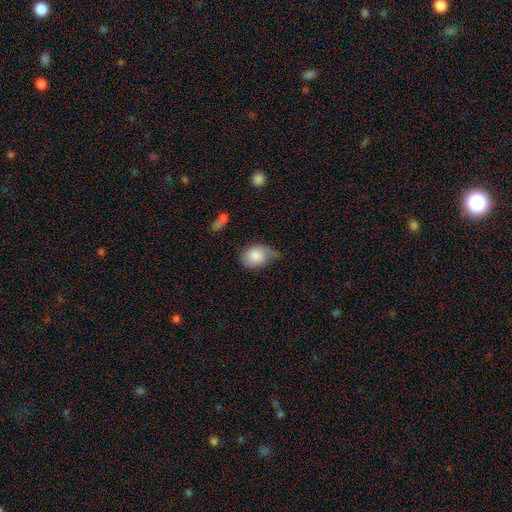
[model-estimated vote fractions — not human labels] smooth-or-featured: smooth: 80% | featured or disk: 14% | star or artifact: 7%
  how-rounded: in between: 68% | round: 30% | cigar-shaped: 1%
  merging: minor disturbance: 47% | none: 28% | major disturbance: 22% | merger: 3%